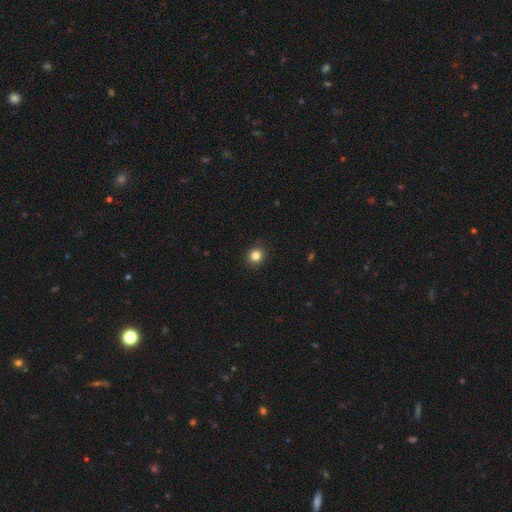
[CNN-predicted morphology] type=smooth (84%); roundness=round (84%); merging=none (91%).